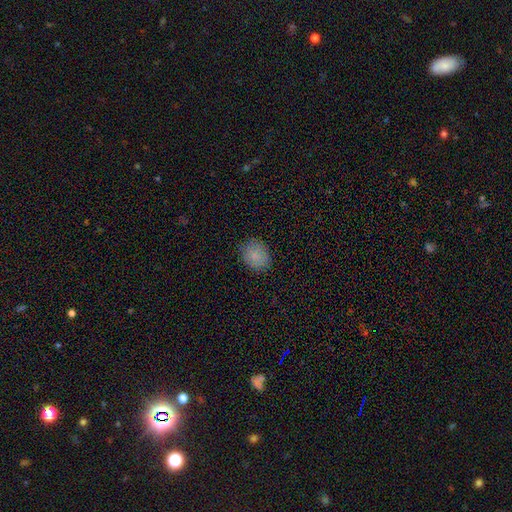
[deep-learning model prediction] Morphology: type=smooth (85%); roundness=round (52%); merging=none (83%).